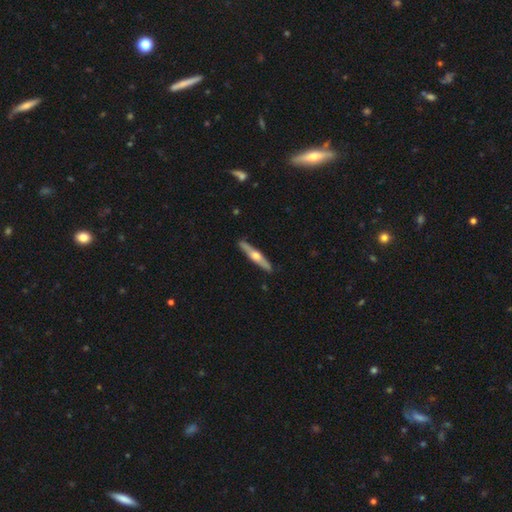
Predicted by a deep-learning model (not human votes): The model was most divided on "smooth or featured": featured or disk: 59%, smooth: 36%, star or artifact: 5%. More confident: edge-on disk — yes (94%); edge-on bulge — rounded (91%); merging — none (90%).